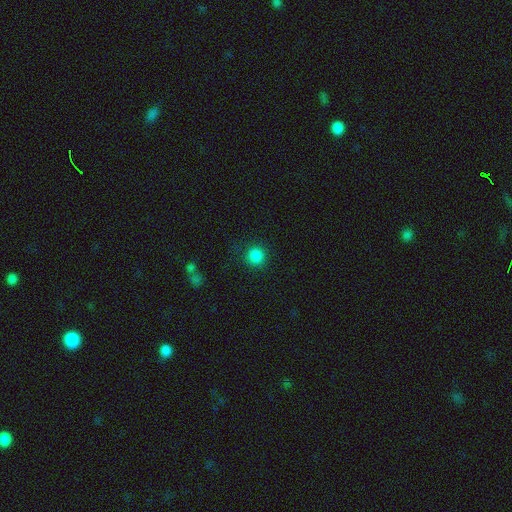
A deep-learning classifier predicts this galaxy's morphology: This is clearly a smooth galaxy (85%). How rounded: clearly round (94%). Merging: clearly none (88%).